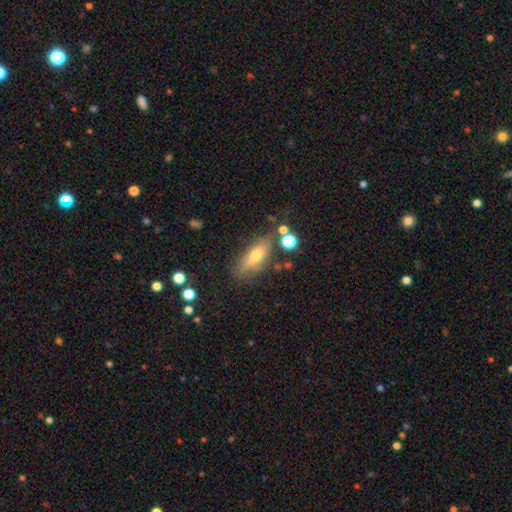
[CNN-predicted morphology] Smooth or featured? Predicted: smooth (p=0.62). How rounded? Predicted: in between (p=0.62). Merging? Predicted: none (p=0.68).